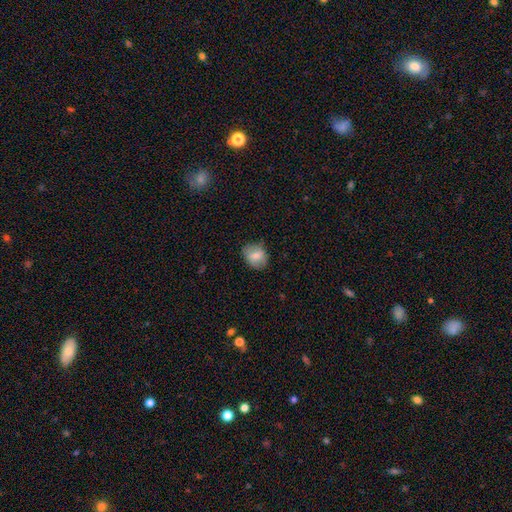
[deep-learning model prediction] This is likely a smooth galaxy (75%). How rounded: possibly in between (52%). Merging: likely none (78%).